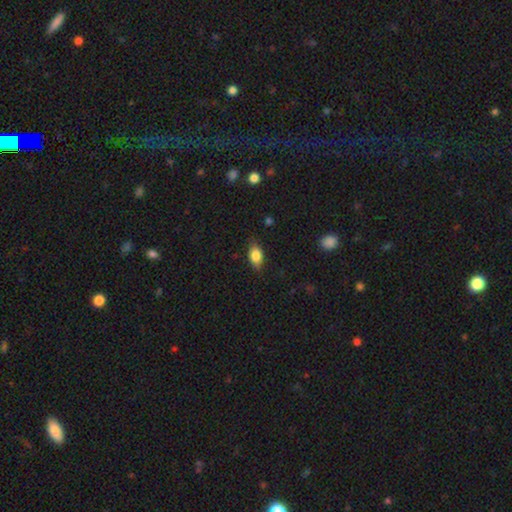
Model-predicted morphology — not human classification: The model was most divided on "merging": none: 81%, minor disturbance: 15%, major disturbance: 3%, merger: 1%. More confident: how rounded — in between (85%); smooth or featured — smooth (81%).